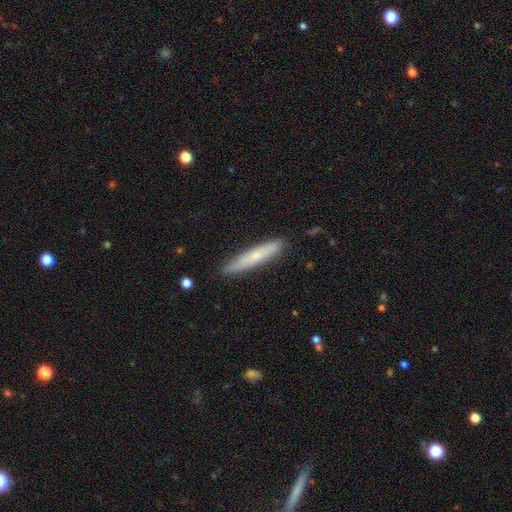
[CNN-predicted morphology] Smooth or featured? Predicted: smooth (p=0.59). How rounded? Predicted: cigar-shaped (p=0.91). Merging? Predicted: none (p=0.86).